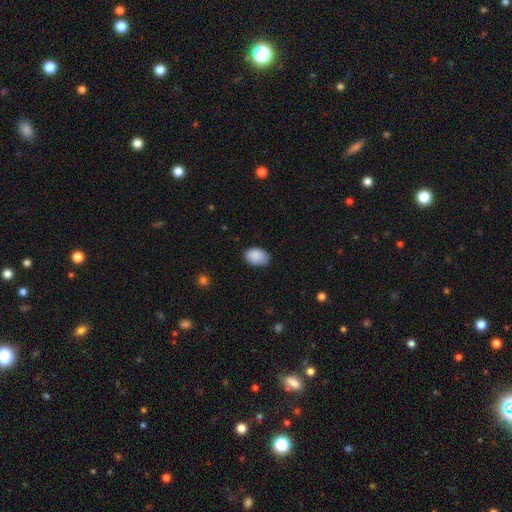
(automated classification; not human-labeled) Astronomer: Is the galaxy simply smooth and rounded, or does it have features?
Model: smooth — 89%.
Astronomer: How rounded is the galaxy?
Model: in between — 86%.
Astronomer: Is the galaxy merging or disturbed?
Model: none — 77%.